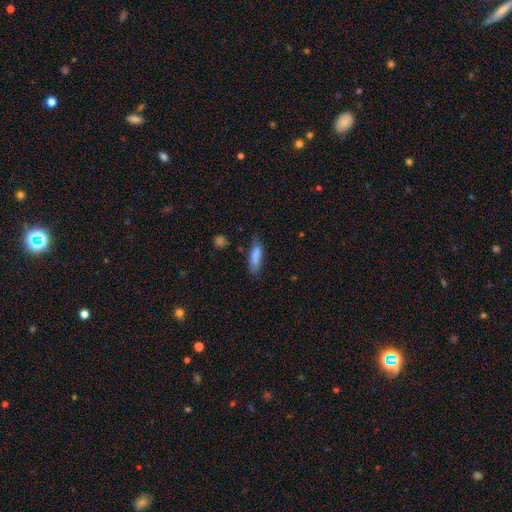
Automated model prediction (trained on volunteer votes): This is likely a smooth galaxy (79%). How rounded: possibly in between (50%). Merging: possibly none (57%).